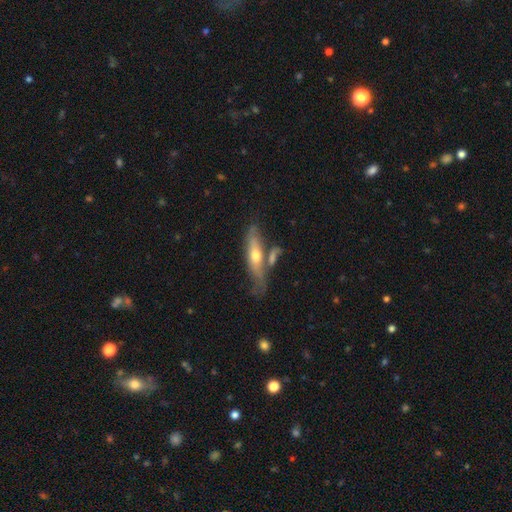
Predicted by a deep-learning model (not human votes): Morphology: type=featured or disk (50%); edge-on=yes (63%); merging=none (48%).